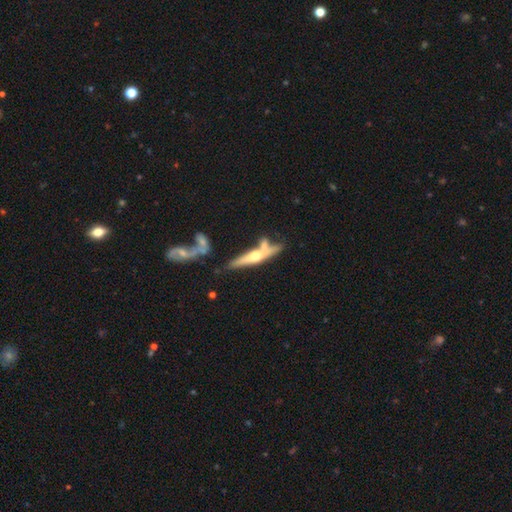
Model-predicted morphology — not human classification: A featured or disk galaxy (64%) viewed edge-on (89%) with a rounded central bulge (90%). Merging: none (47%).